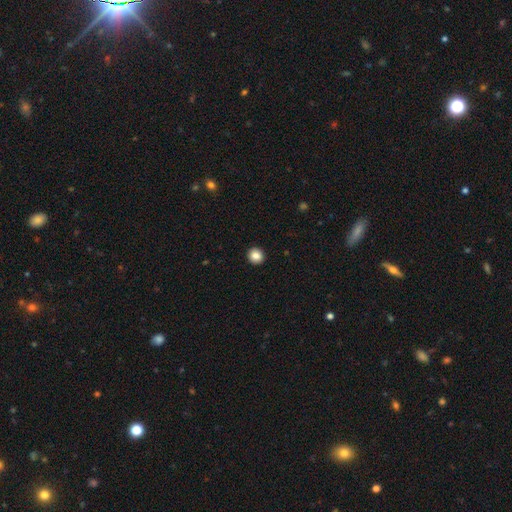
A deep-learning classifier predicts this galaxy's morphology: A smooth galaxy with no disk features (85%) that is round (90%). Merging: none (93%).